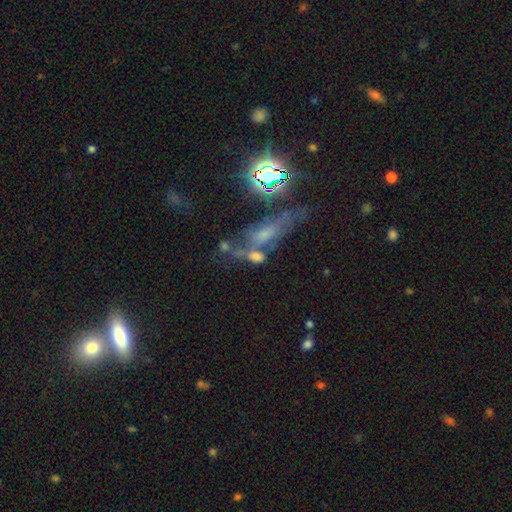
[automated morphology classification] smooth_or_featured: smooth (p=0.46) [alt: featured or disk p=0.28]
merging: merger (p=0.35) [alt: none p=0.34]